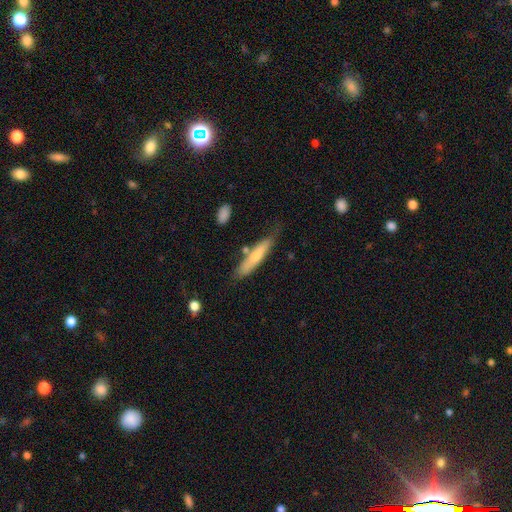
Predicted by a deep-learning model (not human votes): A smooth galaxy with no disk features (62%) that is cigar-shaped (85%). Merging: none (65%).